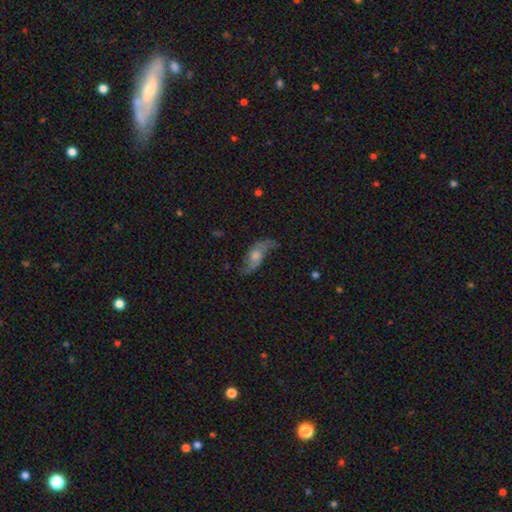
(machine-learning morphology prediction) featured or disk 71%, smooth 20%, star or artifact 9%. Down the decision tree: edge-on disk — no (82%); bar — no (68%); spiral arms — yes (88%); spiral arm count — 2 (89%); spiral winding — loose (79%); bulge size — moderate (54%); merging — none (64%).